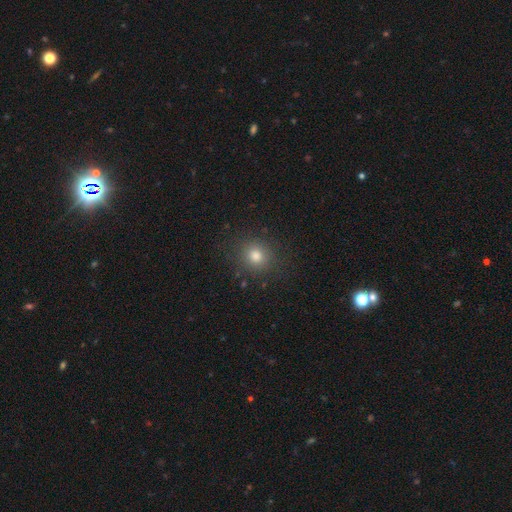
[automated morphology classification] smooth-or-featured: smooth: 79% | star or artifact: 14% | featured or disk: 7%
  how-rounded: round: 83% | in between: 16% | cigar-shaped: 1%
  merging: none: 87% | minor disturbance: 8% | major disturbance: 3% | merger: 1%